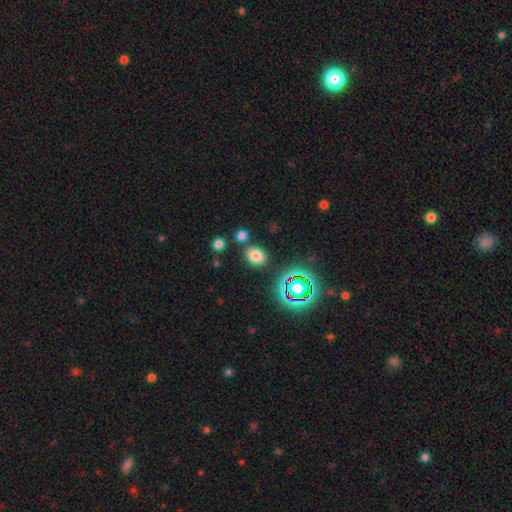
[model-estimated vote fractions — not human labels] Smooth or featured? smooth (74%)
How rounded? in between (56%)
Merging? none (79%)